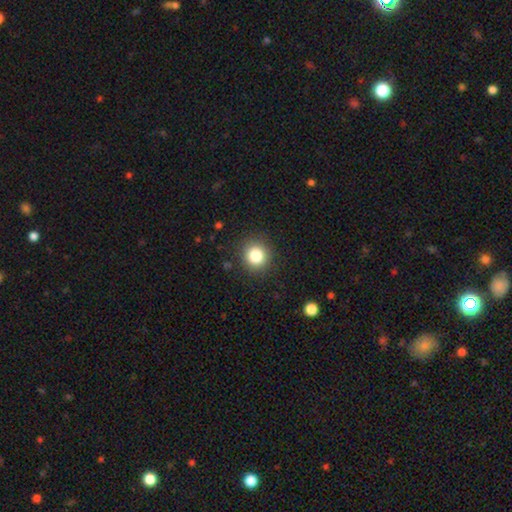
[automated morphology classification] type=smooth (83%); roundness=round (92%); merging=none (89%).